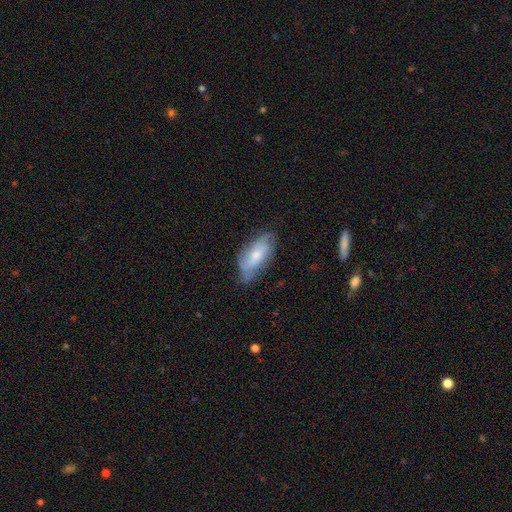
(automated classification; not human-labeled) Q: Smooth or featured?
A: smooth (50%); runner-up: featured or disk (43%)
Q: Merging?
A: none (60%); runner-up: minor disturbance (29%)